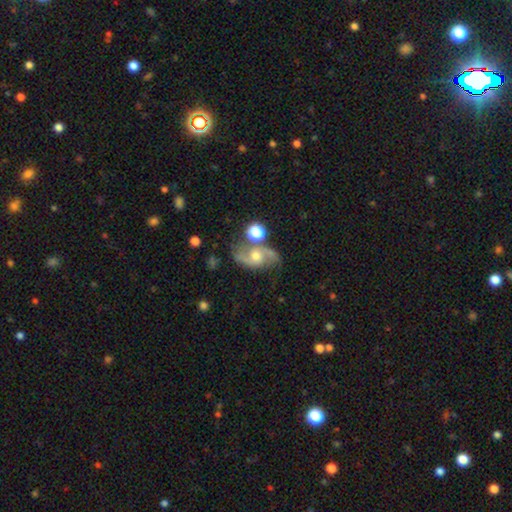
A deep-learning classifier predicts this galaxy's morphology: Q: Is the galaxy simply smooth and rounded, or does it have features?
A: featured or disk — 77%.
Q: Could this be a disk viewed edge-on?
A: no — 96%.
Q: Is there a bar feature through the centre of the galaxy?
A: no — 60%.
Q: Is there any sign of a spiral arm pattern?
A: yes — 92%.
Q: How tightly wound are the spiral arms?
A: loose — 52%.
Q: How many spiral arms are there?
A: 2 — 91%.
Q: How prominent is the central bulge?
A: moderate — 64%.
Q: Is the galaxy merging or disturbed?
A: none — 65%.